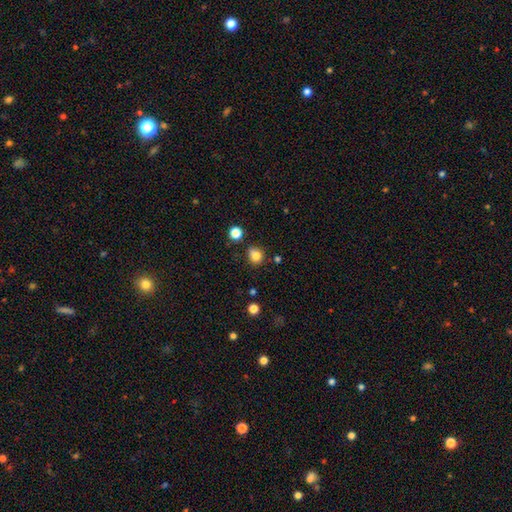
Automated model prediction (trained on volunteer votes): This appears to be a smooth galaxy with no disk features (82%) that is round (73%). Merging: none (72%).